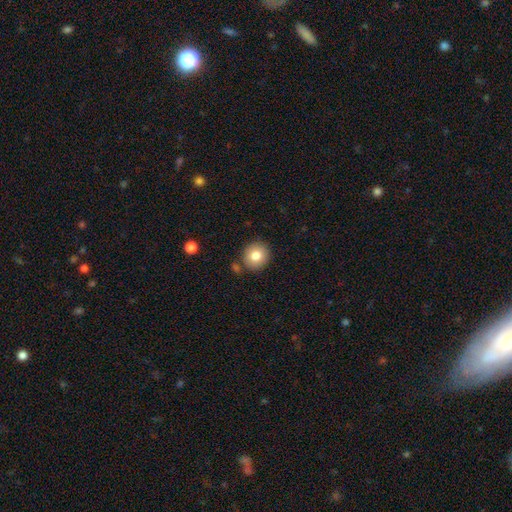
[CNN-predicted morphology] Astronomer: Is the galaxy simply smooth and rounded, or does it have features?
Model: smooth — 81%.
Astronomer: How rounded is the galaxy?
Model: round — 87%.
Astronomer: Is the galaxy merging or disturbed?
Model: none — 84%.